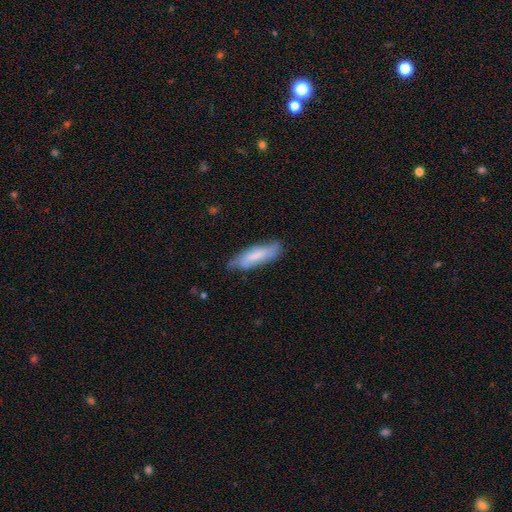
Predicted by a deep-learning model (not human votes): Smooth or featured? smooth (67%)
How rounded? cigar-shaped (57%)
Merging? none (68%)